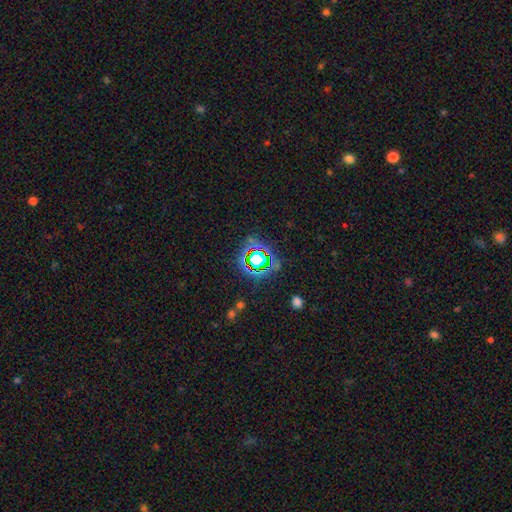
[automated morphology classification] star or artifact 67%, smooth 20%, featured or disk 13%.